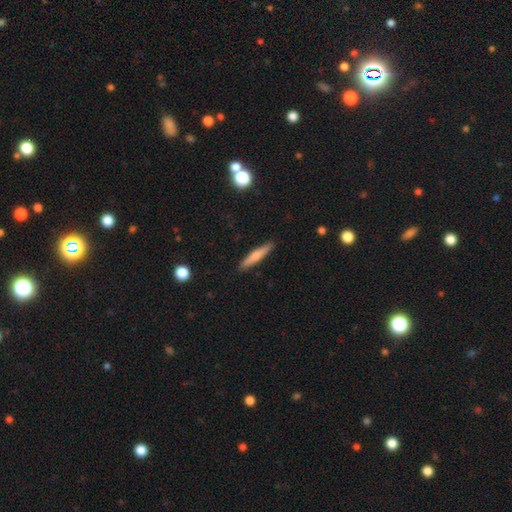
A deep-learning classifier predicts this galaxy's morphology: smooth 65%, featured or disk 29%, star or artifact 6%. Down the decision tree: how rounded — cigar-shaped (90%); merging — none (90%).